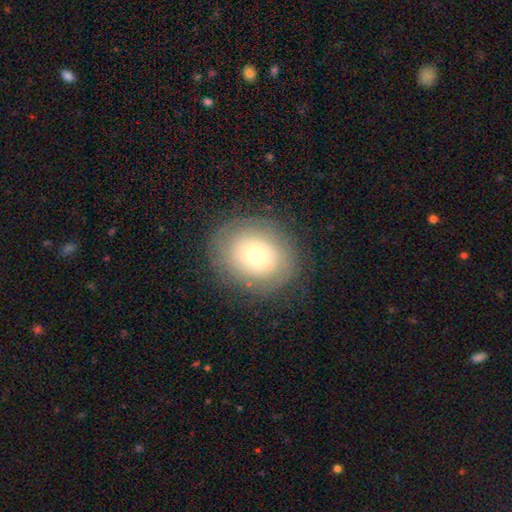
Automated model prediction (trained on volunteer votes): A smooth galaxy with no disk features (53%) that is round (65%). Merging: none (81%).